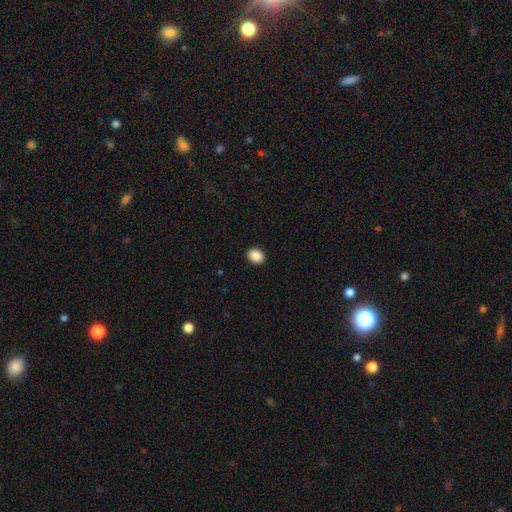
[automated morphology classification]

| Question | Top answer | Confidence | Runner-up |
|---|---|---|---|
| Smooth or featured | smooth | 89% | star or artifact (8%) |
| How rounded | in between | 51% | round (48%) |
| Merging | none | 92% | minor disturbance (6%) |